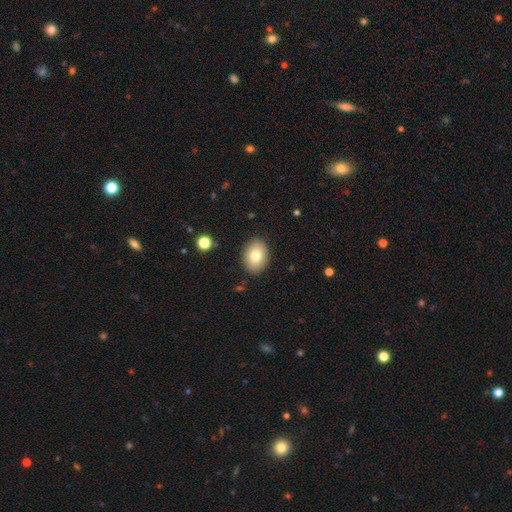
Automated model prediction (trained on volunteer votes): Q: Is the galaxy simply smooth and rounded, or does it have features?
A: smooth — 78%.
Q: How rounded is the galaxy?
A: in between — 79%.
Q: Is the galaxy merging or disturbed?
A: none — 88%.